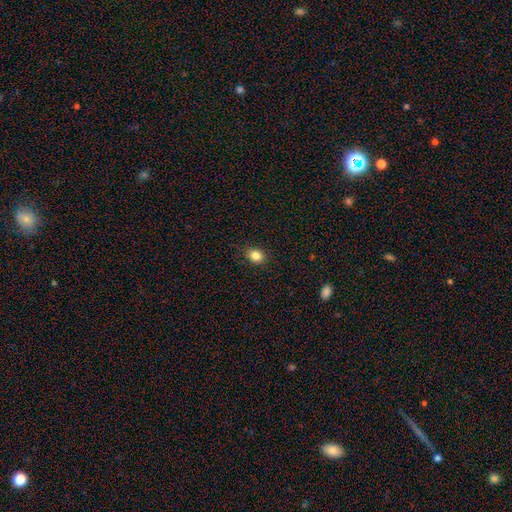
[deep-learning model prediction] Smooth or featured?
  - smooth: 84% *
  - star or artifact: 11%
  - featured or disk: 5%
How rounded?
  - round: 53% *
  - in between: 46%
  - cigar-shaped: 1%
Merging?
  - none: 88% *
  - minor disturbance: 9%
  - major disturbance: 2%
  - merger: 1%